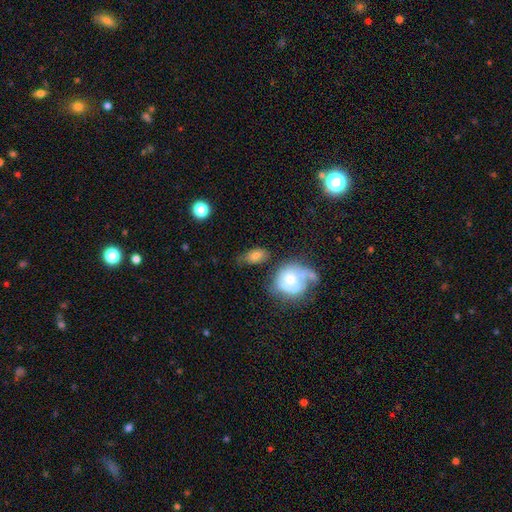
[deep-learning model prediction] Overall: smooth (75%). How rounded: in between (84%). Merging: none (49%; minor disturbance 27%).